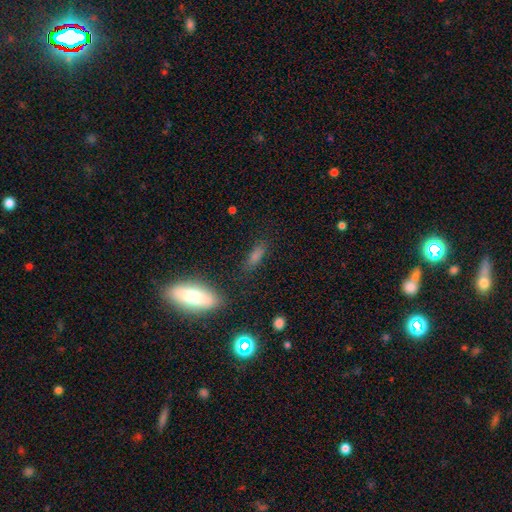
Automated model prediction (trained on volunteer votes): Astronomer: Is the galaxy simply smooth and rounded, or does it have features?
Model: smooth — 69%.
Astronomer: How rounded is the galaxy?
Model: cigar-shaped — 50% (runner-up: in between, 44%).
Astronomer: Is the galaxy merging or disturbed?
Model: none — 76%.